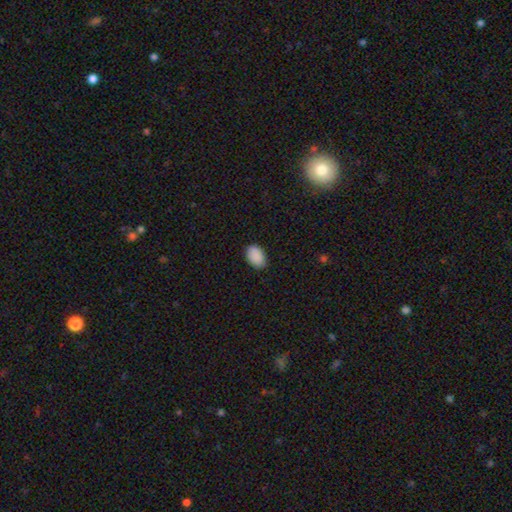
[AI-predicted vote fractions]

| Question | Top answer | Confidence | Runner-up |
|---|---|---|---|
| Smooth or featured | smooth | 90% | star or artifact (7%) |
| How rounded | in between | 87% | round (12%) |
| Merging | none | 85% | minor disturbance (11%) |